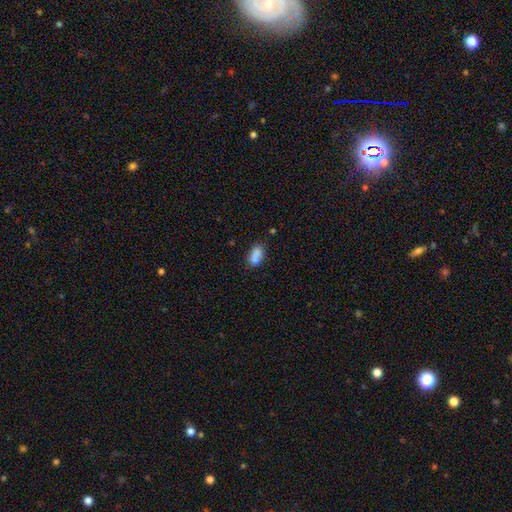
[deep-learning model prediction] smooth 80%, featured or disk 11%, star or artifact 9%. Down the decision tree: how rounded — in between (86%); merging — none (56%).